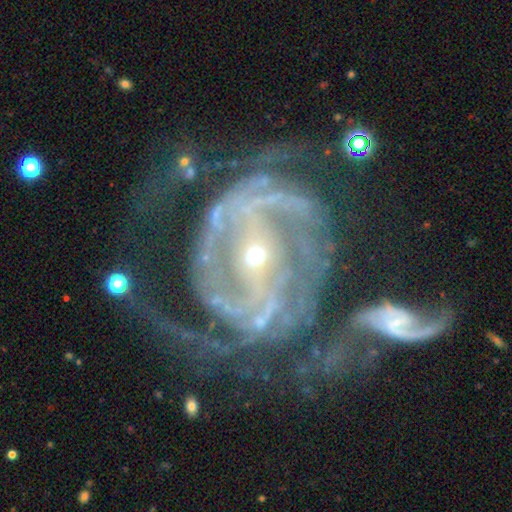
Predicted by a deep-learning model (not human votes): smooth-or-featured: featured or disk: 92% | star or artifact: 5% | smooth: 3%
  disk-edge-on: no: 97% | yes: 3%
    bar: strong: 56% | weak: 28% | no: 16%
    has-spiral-arms: yes: 97% | no: 3%
      spiral-winding: tight: 54% | medium: 36% | loose: 10%
      spiral-arm-count: 2: 39% | can't tell: 20% | 3: 17% | 4: 10% | more than 4: 7% | 1: 6%
    bulge-size: small: 78% | moderate: 19% | large: 1% | none: 1% | dominant: 1%
  merging: none: 31% | merger: 29% | major disturbance: 23% | minor disturbance: 16%